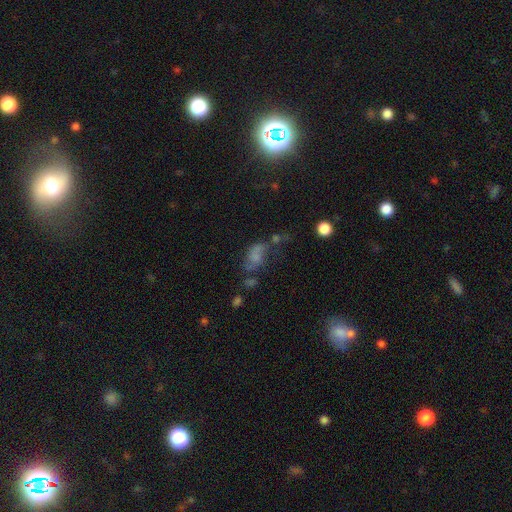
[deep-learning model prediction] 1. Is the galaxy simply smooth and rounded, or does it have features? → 56% smooth, 26% featured or disk, 18% star or artifact.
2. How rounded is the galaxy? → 82% in between, 14% round, 4% cigar-shaped.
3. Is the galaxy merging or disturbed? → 33% none, 25% merger, 22% major disturbance, 21% minor disturbance.